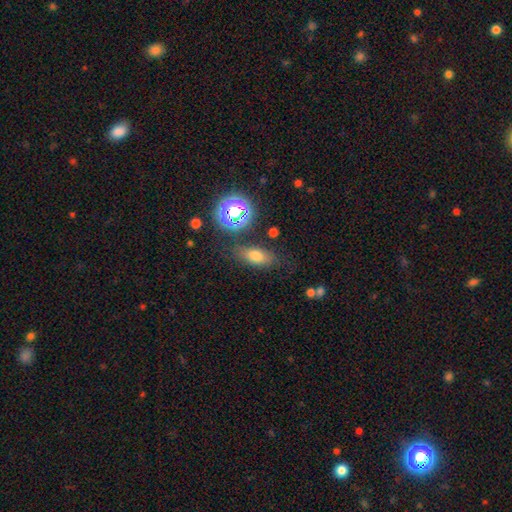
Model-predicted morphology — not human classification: type=smooth (69%); roundness=in between (76%); merging=none (74%).